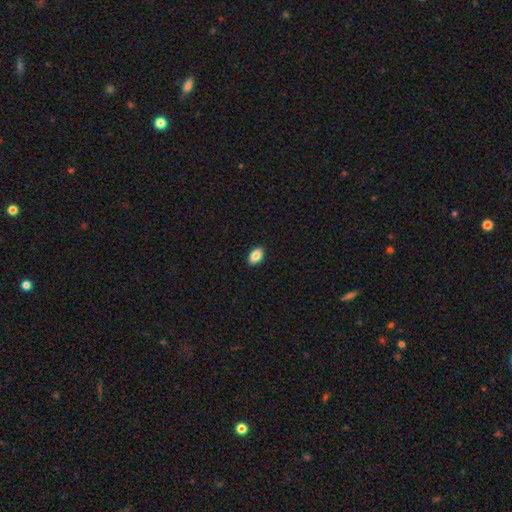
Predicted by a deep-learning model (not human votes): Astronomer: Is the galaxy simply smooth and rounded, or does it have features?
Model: smooth — 86%.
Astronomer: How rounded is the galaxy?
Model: in between — 91%.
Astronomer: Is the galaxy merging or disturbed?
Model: none — 91%.